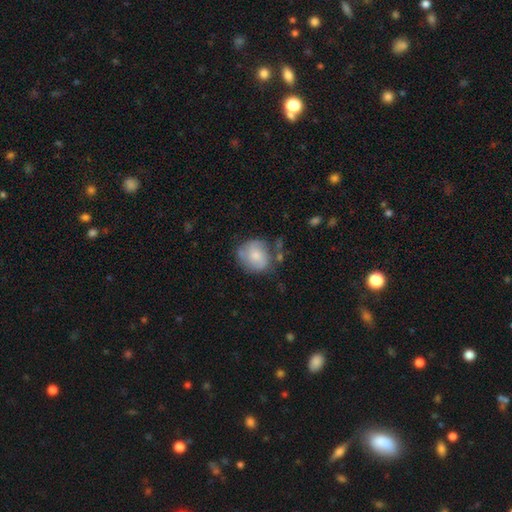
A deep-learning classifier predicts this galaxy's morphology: smooth 61%, featured or disk 32%, star or artifact 7%. Down the decision tree: how rounded — round (72%); merging — none (52%).